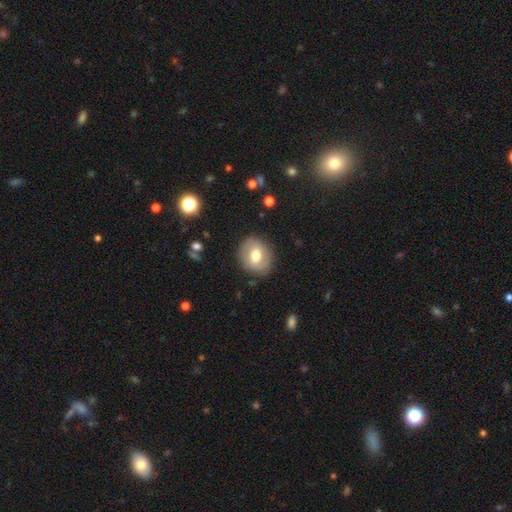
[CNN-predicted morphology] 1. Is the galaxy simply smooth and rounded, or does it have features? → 61% smooth, 32% featured or disk, 7% star or artifact.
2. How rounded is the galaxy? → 66% round, 33% in between, 1% cigar-shaped.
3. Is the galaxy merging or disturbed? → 84% none, 11% minor disturbance, 4% major disturbance, 1% merger.